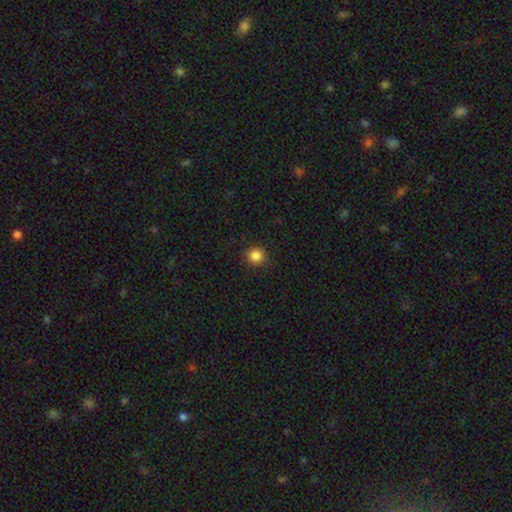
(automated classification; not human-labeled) Smooth or featured? smooth (85%)
How rounded? round (91%)
Merging? none (90%)